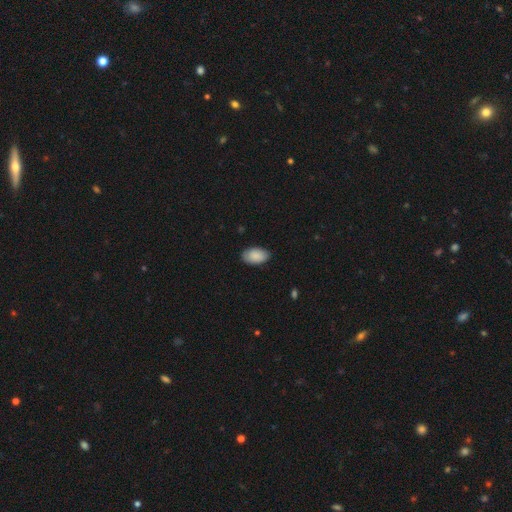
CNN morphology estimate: Smooth or featured? Predicted: smooth (p=0.89). How rounded? Predicted: in between (p=0.95). Merging? Predicted: none (p=0.85).